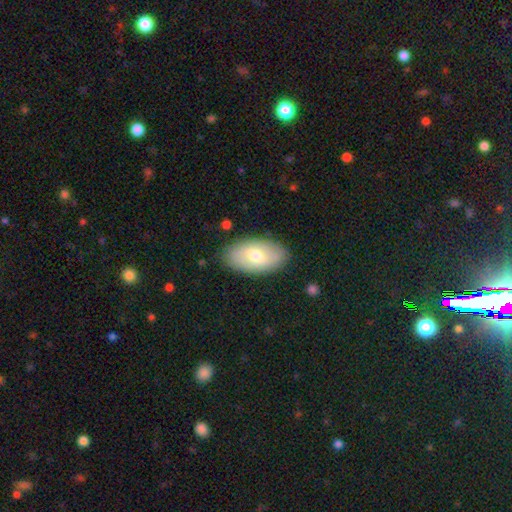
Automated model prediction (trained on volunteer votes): smooth 62%, featured or disk 32%, star or artifact 6%. Down the decision tree: how rounded — in between (94%); merging — none (86%).